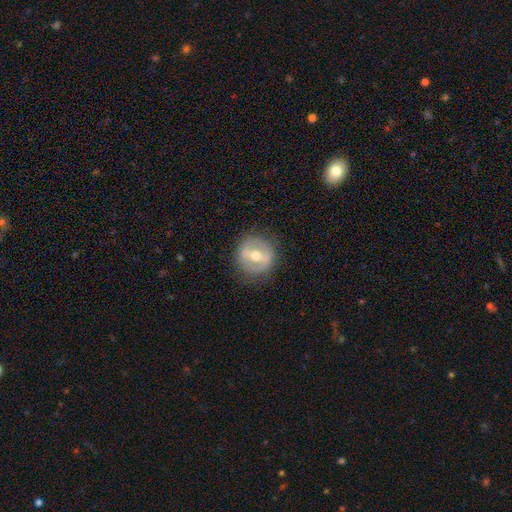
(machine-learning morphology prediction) Smooth or featured?
  - featured or disk: 62% *
  - smooth: 32%
  - star or artifact: 6%
Edge-on disk?
  - no: 93% *
  - yes: 7%
Bar?
  - strong: 49% *
  - weak: 34%
  - no: 17%
Spiral arms?
  - no: 78% *
  - yes: 22%
Bulge size?
  - moderate: 77% *
  - small: 14%
  - large: 7%
  - none: 1%
  - dominant: 1%
Merging?
  - none: 84% *
  - minor disturbance: 11%
  - major disturbance: 4%
  - merger: 1%